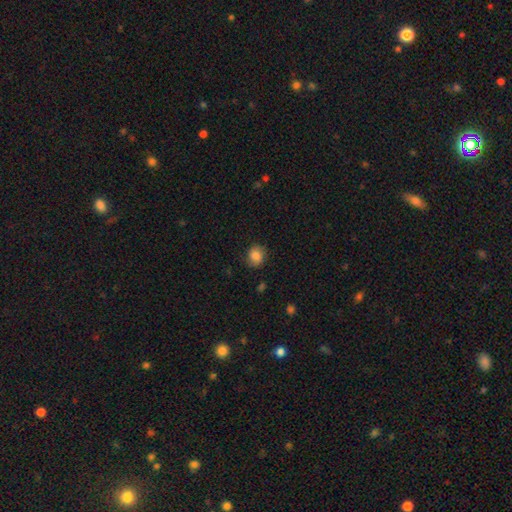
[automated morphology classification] type=smooth (81%); roundness=round (76%); merging=none (80%).